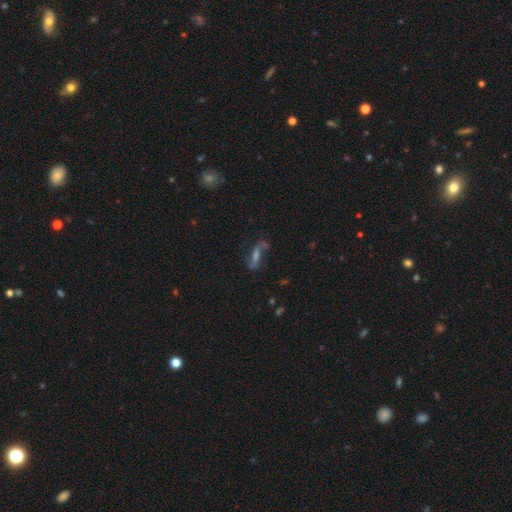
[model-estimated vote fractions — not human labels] Smooth or featured?
  - featured or disk: 65% *
  - smooth: 24%
  - star or artifact: 11%
Edge-on disk?
  - no: 82% *
  - yes: 18%
Bar?
  - strong: 36% *
  - weak: 35%
  - no: 29%
Spiral arms?
  - yes: 85% *
  - no: 15%
Bulge size?
  - small: 36% *
  - moderate: 33%
  - none: 20%
  - large: 9%
  - dominant: 2%
Merging?
  - none: 54% *
  - minor disturbance: 20%
  - major disturbance: 20%
  - merger: 6%